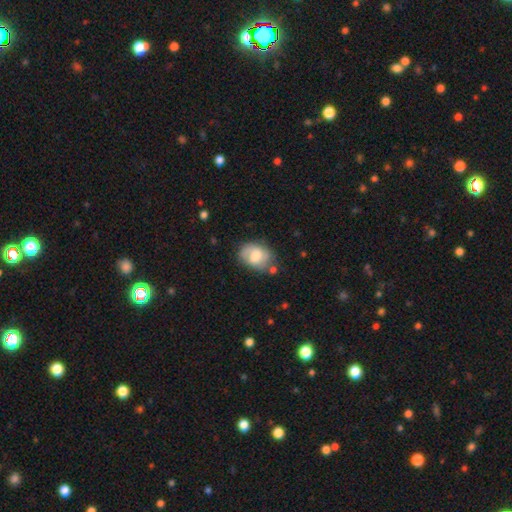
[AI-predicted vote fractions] A smooth galaxy with no disk features (61%) that is in between round and cigar-shaped (71%). Merging: none (58%).